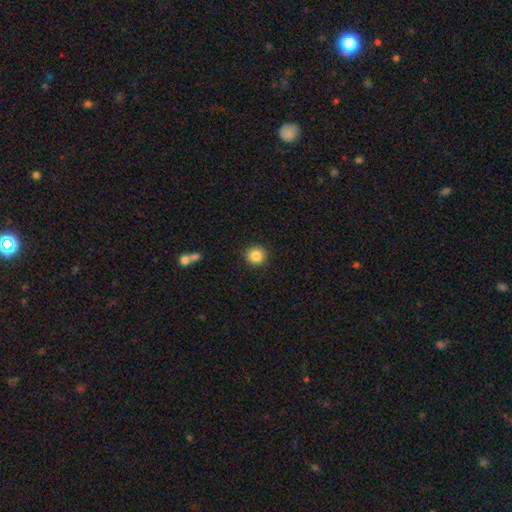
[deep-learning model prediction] A smooth galaxy with no disk features (86%) that is round (93%). Merging: none (90%).